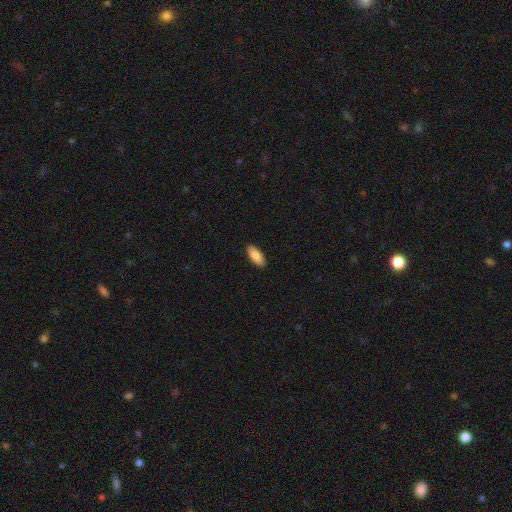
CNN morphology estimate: smooth_or_featured: smooth (p=0.89) [alt: star or artifact p=0.06]
how_rounded: in between (p=0.83) [alt: cigar-shaped p=0.15]
merging: none (p=0.90) [alt: minor disturbance p=0.08]